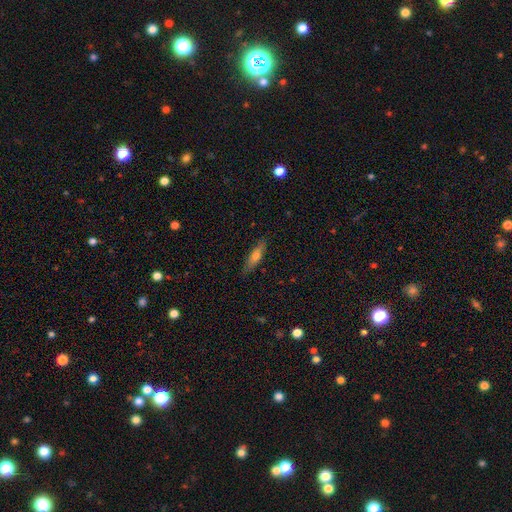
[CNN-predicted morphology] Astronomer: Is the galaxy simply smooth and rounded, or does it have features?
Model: smooth — 60%.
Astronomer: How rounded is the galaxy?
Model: cigar-shaped — 69%.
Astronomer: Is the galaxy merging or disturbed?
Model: none — 85%.